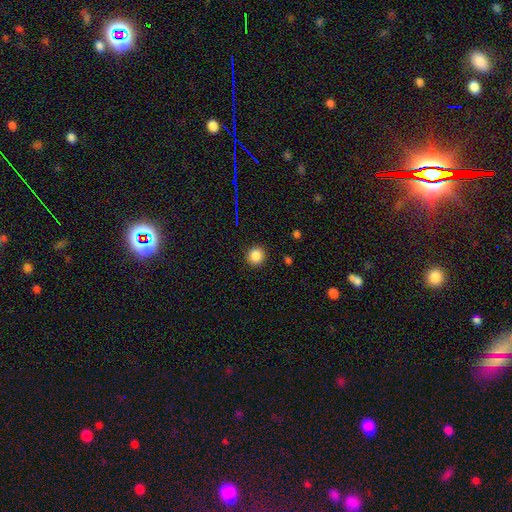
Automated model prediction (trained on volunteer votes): Smooth or featured? smooth (85%)
How rounded? round (90%)
Merging? none (91%)